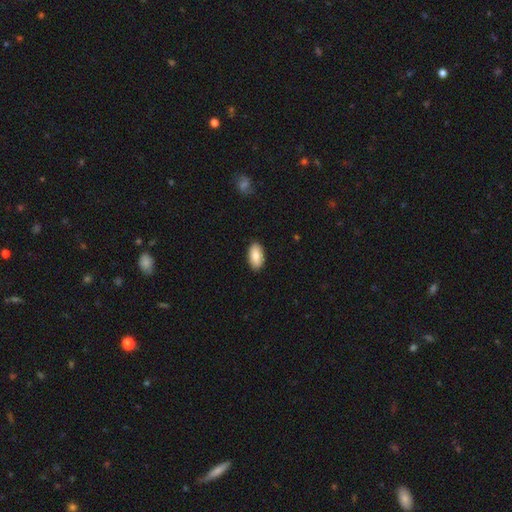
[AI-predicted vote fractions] Smooth or featured?
  - smooth: 85% *
  - featured or disk: 9%
  - star or artifact: 6%
How rounded?
  - in between: 94% *
  - round: 3%
  - cigar-shaped: 3%
Merging?
  - none: 89% *
  - minor disturbance: 8%
  - major disturbance: 2%
  - merger: 1%